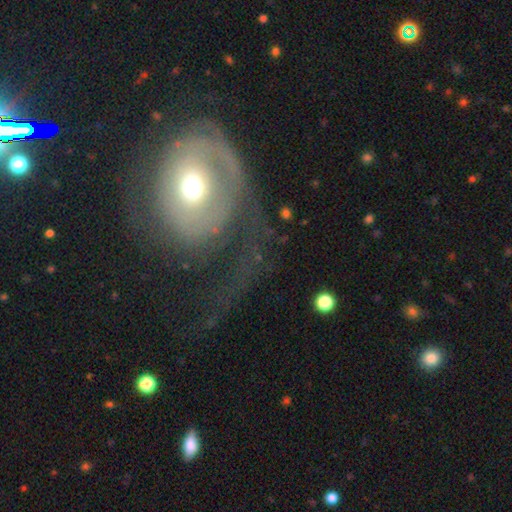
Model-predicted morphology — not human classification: smooth-or-featured: featured or disk: 63% | smooth: 28% | star or artifact: 10%
  disk-edge-on: no: 94% | yes: 6%
    bar: no: 74% | weak: 19% | strong: 7%
    has-spiral-arms: yes: 58% | no: 42%
    bulge-size: moderate: 68% | small: 18% | large: 10% | dominant: 2% | none: 1%
  merging: major disturbance: 46% | none: 36% | minor disturbance: 15% | merger: 3%